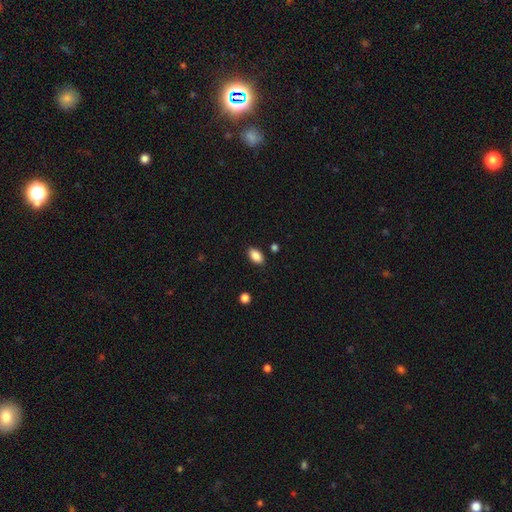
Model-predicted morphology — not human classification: Smooth or featured? Predicted: smooth (p=0.87). How rounded? Predicted: in between (p=0.92). Merging? Predicted: none (p=0.86).